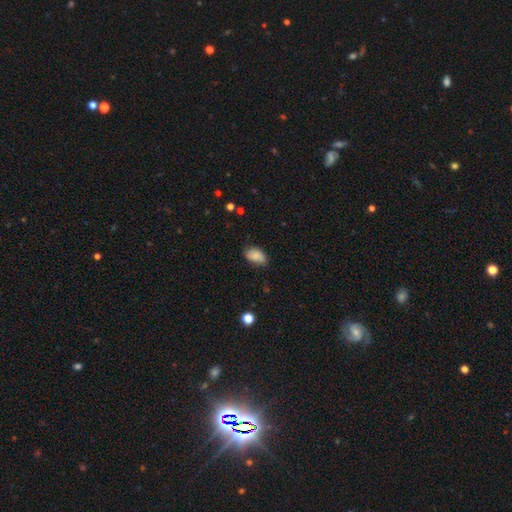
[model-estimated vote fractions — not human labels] A smooth galaxy with no disk features (81%) that is in between round and cigar-shaped (90%).

Vote fractions:
- Smooth or featured? smooth: 81% / featured or disk: 11% / star or artifact: 8%
- How rounded? in between: 90% / round: 9% / cigar-shaped: 2%
- Merging? none: 64% / minor disturbance: 29% / major disturbance: 5% / merger: 2%